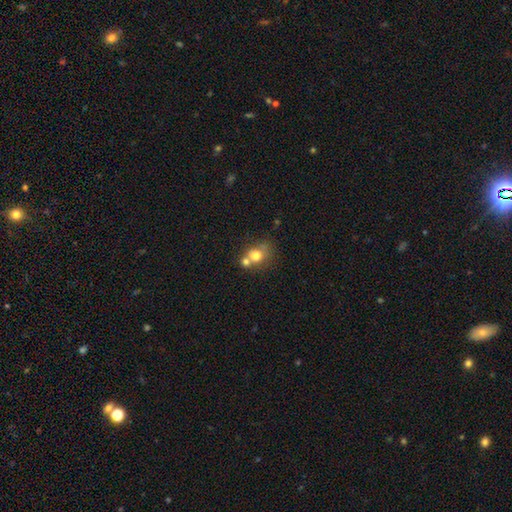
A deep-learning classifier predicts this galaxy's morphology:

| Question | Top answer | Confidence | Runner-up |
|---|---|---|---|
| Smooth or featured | smooth | 72% | featured or disk (16%) |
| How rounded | round | 69% | in between (30%) |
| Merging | merger | 50% | none (36%) |